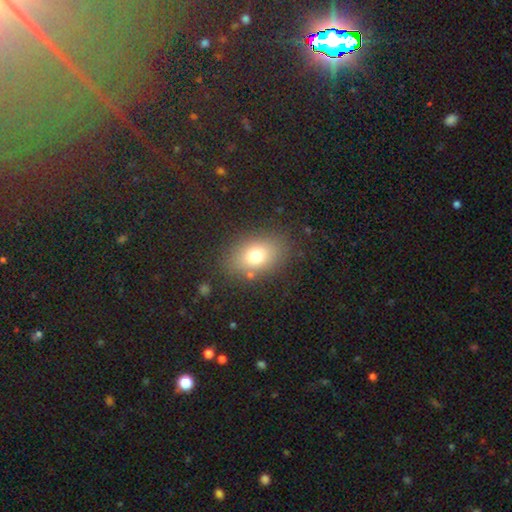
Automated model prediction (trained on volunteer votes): The model was most divided on "how rounded": in between: 72%, round: 27%, cigar-shaped: 1%. More confident: merging — none (82%); smooth or featured — smooth (73%).